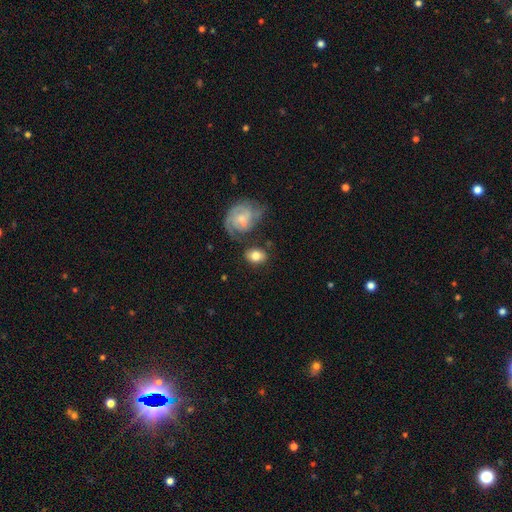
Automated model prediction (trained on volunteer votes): This is likely a smooth galaxy (70%). How rounded: likely in between (64%). Merging: likely none (65%).